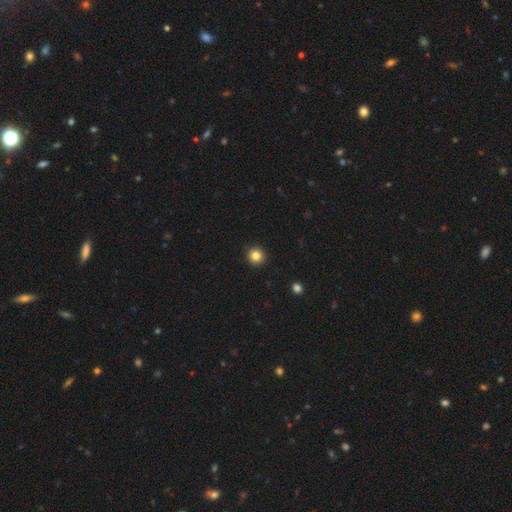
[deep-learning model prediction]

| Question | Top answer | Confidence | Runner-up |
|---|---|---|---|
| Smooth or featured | smooth | 83% | star or artifact (12%) |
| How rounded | round | 95% | in between (4%) |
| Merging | none | 93% | minor disturbance (4%) |